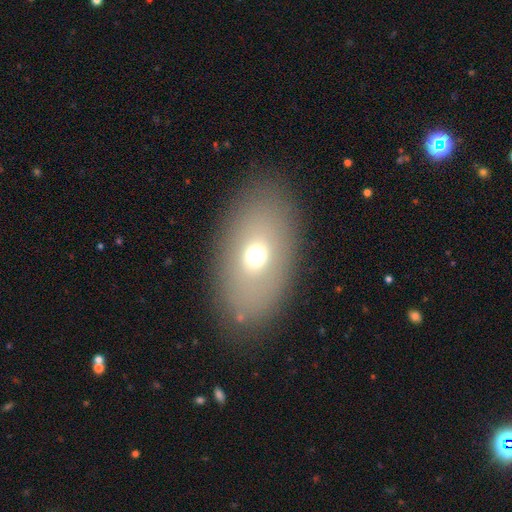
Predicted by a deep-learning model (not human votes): A smooth galaxy with no disk features (62%) that is in between round and cigar-shaped (86%). Merging: none (84%).